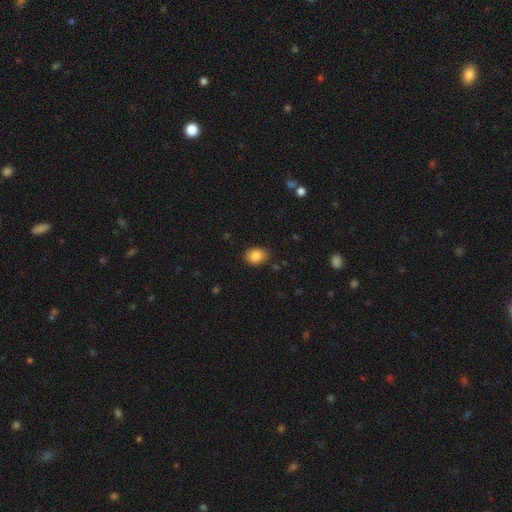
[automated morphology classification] smooth_or_featured: smooth (p=0.85) [alt: star or artifact p=0.09]
how_rounded: in between (p=0.60) [alt: round p=0.39]
merging: none (p=0.86) [alt: minor disturbance p=0.11]